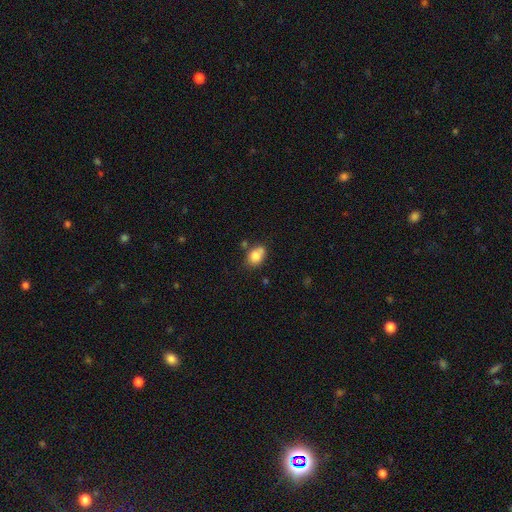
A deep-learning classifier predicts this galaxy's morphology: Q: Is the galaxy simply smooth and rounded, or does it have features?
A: smooth — 80%.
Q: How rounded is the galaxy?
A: in between — 66%.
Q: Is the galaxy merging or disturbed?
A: none — 56%.